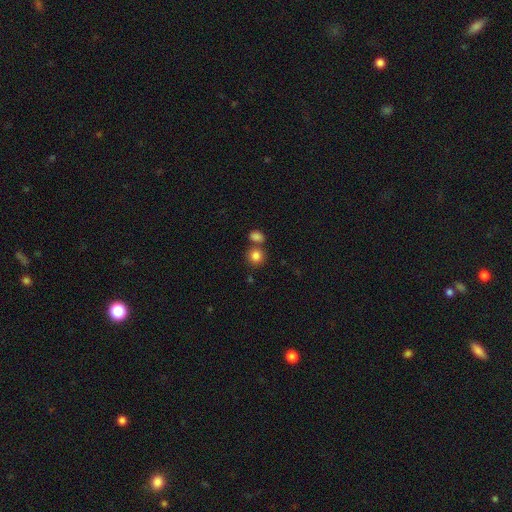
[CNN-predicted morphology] Q: Smooth or featured?
A: smooth (83%); runner-up: star or artifact (11%)
Q: How rounded?
A: round (84%); runner-up: in between (15%)
Q: Merging?
A: none (62%); runner-up: merger (26%)